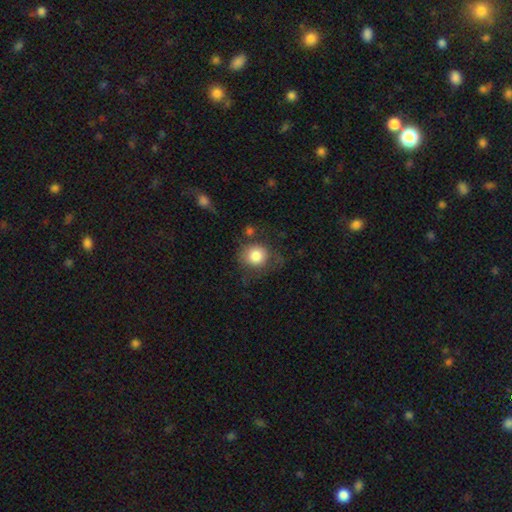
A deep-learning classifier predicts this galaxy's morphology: This is clearly a smooth galaxy (82%). How rounded: clearly round (85%). Merging: likely none (63%).